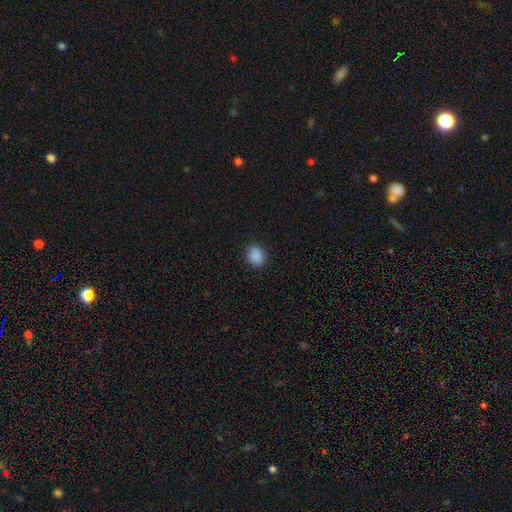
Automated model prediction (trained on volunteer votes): Smooth or featured?
  - smooth: 88% *
  - star or artifact: 9%
  - featured or disk: 3%
How rounded?
  - round: 50% *
  - in between: 48%
  - cigar-shaped: 1%
Merging?
  - none: 87% *
  - minor disturbance: 9%
  - major disturbance: 2%
  - merger: 1%